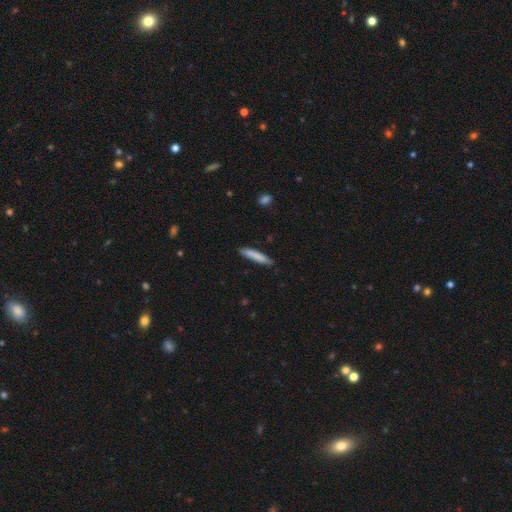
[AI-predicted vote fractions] Overall: smooth (80%). How rounded: cigar-shaped (92%). Merging: none (87%).